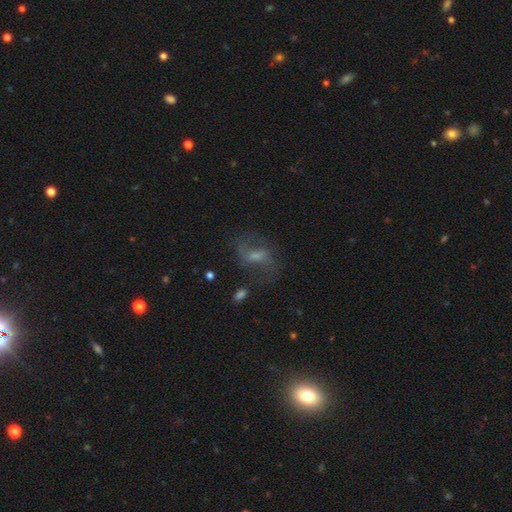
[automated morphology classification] Smooth or featured? Predicted: featured or disk (p=0.57). Edge-on disk? Predicted: no (p=0.93). Bar? Predicted: weak (p=0.50). Spiral arms? Predicted: yes (p=0.78). Bulge size? Predicted: small (p=0.38). Merging? Predicted: none (p=0.64).